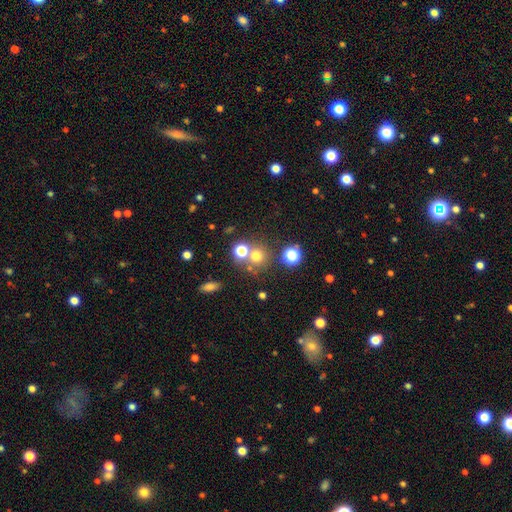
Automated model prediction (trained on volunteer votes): Q: Smooth or featured?
A: smooth (67%); runner-up: star or artifact (22%)
Q: How rounded?
A: round (89%); runner-up: in between (10%)
Q: Merging?
A: none (66%); runner-up: merger (22%)